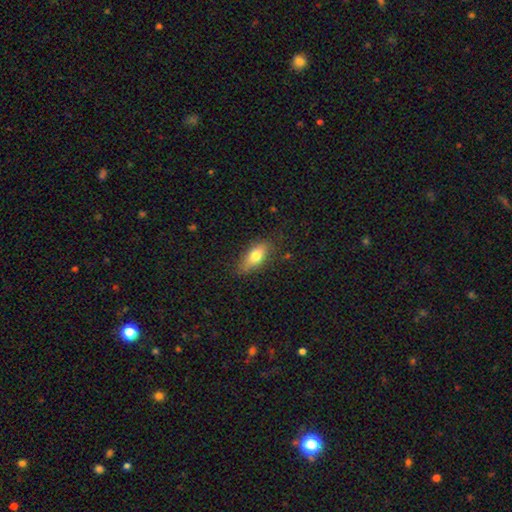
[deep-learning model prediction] This is likely a smooth galaxy (75%). How rounded: clearly in between (81%). Merging: likely none (78%).